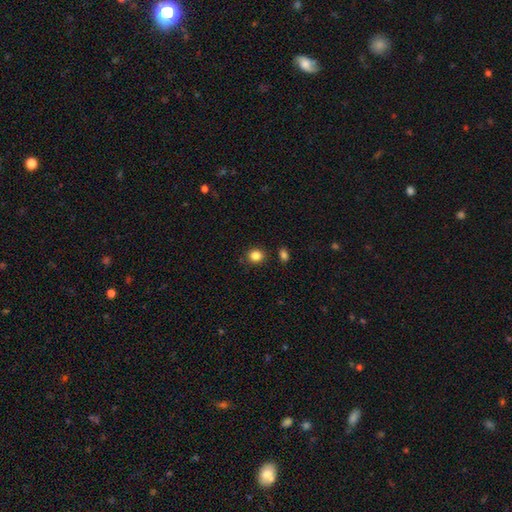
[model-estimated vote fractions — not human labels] Smooth or featured: smooth — 85% (star or artifact — 11%)
How rounded: round — 76% (in between — 23%)
Merging: none — 86% (minor disturbance — 9%)